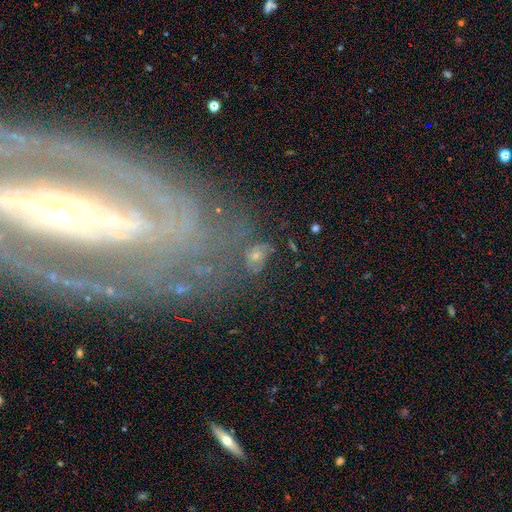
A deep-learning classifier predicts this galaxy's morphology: featured or disk 48%, smooth 28%, star or artifact 24%. Down the decision tree: merging — none (58%).